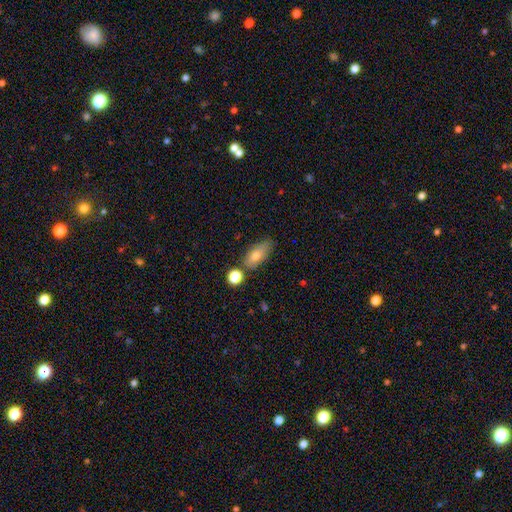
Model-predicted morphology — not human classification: Smooth or featured: smooth — 74% (featured or disk — 17%)
How rounded: in between — 80% (cigar-shaped — 14%)
Merging: none — 63% (minor disturbance — 22%)